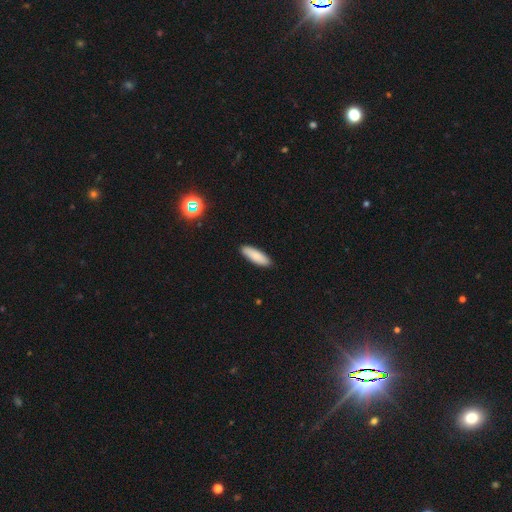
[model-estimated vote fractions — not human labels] A smooth galaxy with no disk features (86%) that is cigar-shaped (51%). Merging: none (89%).